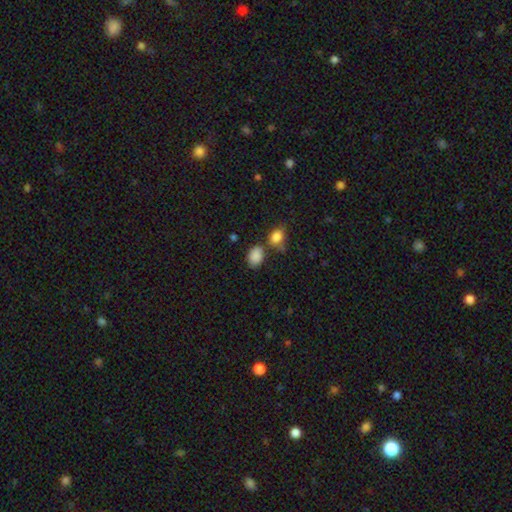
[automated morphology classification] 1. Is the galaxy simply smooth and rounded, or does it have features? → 86% smooth, 9% star or artifact, 5% featured or disk.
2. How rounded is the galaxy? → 81% in between, 18% round, 1% cigar-shaped.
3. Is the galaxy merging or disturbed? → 62% none, 17% minor disturbance, 16% merger, 5% major disturbance.